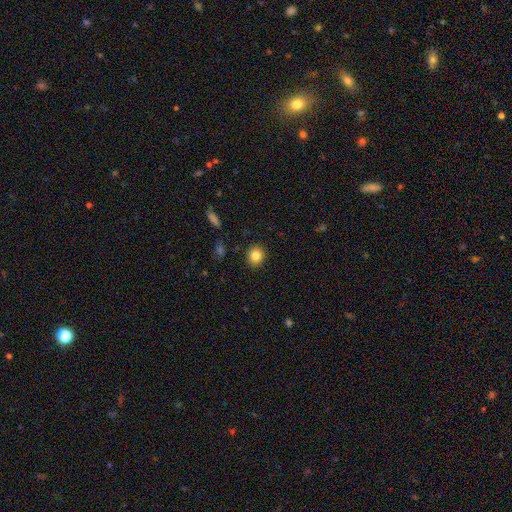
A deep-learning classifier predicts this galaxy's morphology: Smooth or featured: smooth — 83% (star or artifact — 10%)
How rounded: round — 82% (in between — 17%)
Merging: none — 91% (minor disturbance — 6%)